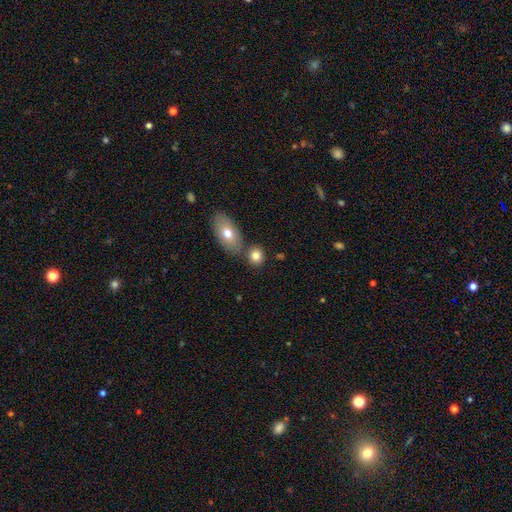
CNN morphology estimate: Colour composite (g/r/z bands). It shows a smooth galaxy with no disk features (79%) that is round (62%). Merging: none (65%).